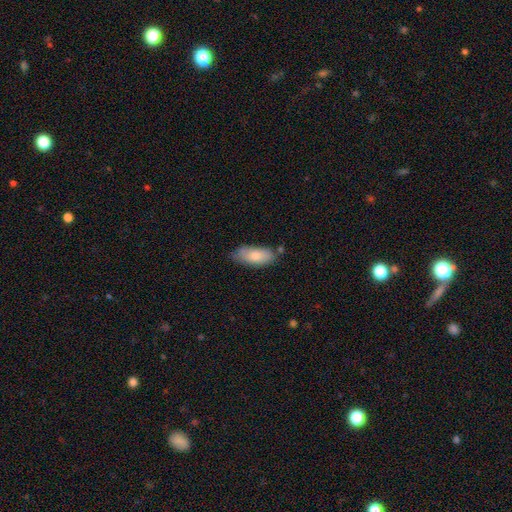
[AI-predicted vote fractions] Smooth or featured? Predicted: smooth (p=0.78). How rounded? Predicted: in between (p=0.87). Merging? Predicted: none (p=0.67).